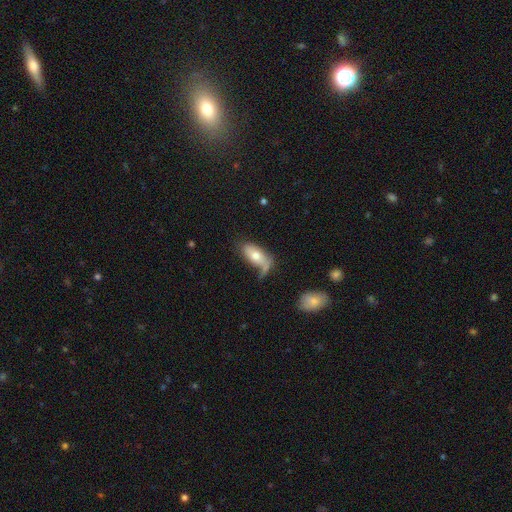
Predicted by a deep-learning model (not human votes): A smooth galaxy with no disk features (65%) that is in between round and cigar-shaped (88%). Merging: none (39%).